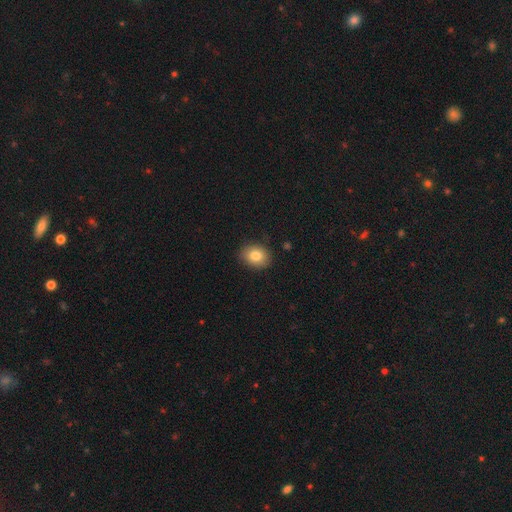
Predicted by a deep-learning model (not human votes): smooth-or-featured: smooth: 82% | star or artifact: 9% | featured or disk: 9%
  how-rounded: in between: 53% | round: 46% | cigar-shaped: 1%
  merging: none: 87% | minor disturbance: 10% | major disturbance: 2% | merger: 1%